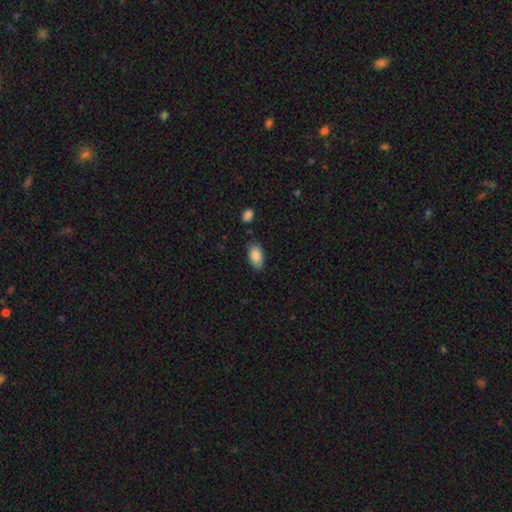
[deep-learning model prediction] Q: Smooth or featured?
A: smooth (86%); runner-up: featured or disk (7%)
Q: How rounded?
A: in between (93%); runner-up: round (4%)
Q: Merging?
A: none (79%); runner-up: minor disturbance (15%)